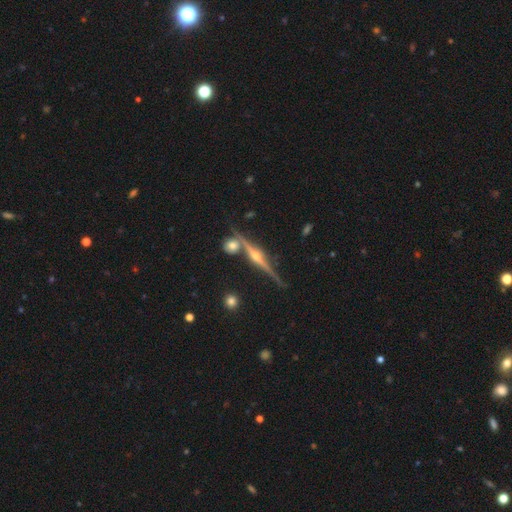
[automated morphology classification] A featured or disk galaxy (86%) viewed edge-on (98%) with a rounded central bulge (91%).

Vote fractions:
- Smooth or featured? featured or disk: 86% / smooth: 7% / star or artifact: 7%
- Edge-on disk? yes: 98% / no: 2%
- Edge-on bulge? rounded: 91% / boxy: 5% / none: 4%
- Merging? none: 77% / minor disturbance: 10% / merger: 10% / major disturbance: 3%